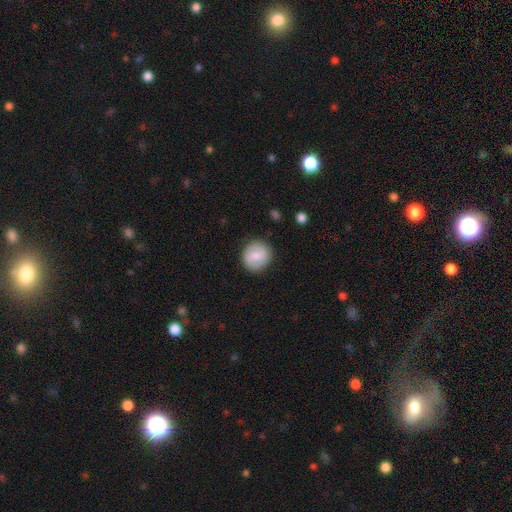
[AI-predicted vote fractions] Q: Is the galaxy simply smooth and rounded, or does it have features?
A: smooth — 62%.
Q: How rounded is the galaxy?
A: round — 89%.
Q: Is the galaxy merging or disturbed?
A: none — 87%.